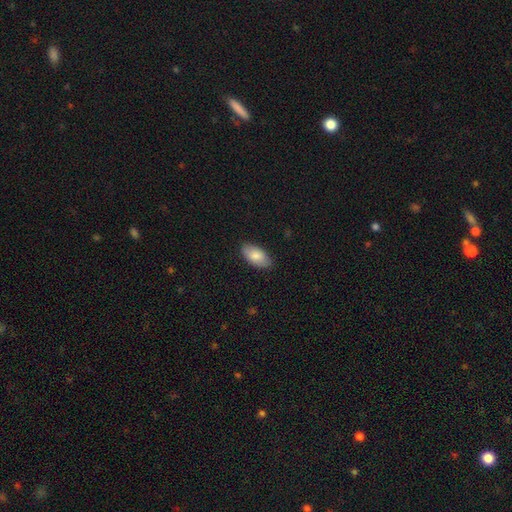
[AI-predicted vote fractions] Q: Smooth or featured?
A: smooth (83%); runner-up: featured or disk (11%)
Q: How rounded?
A: in between (94%); runner-up: cigar-shaped (4%)
Q: Merging?
A: none (84%); runner-up: minor disturbance (12%)